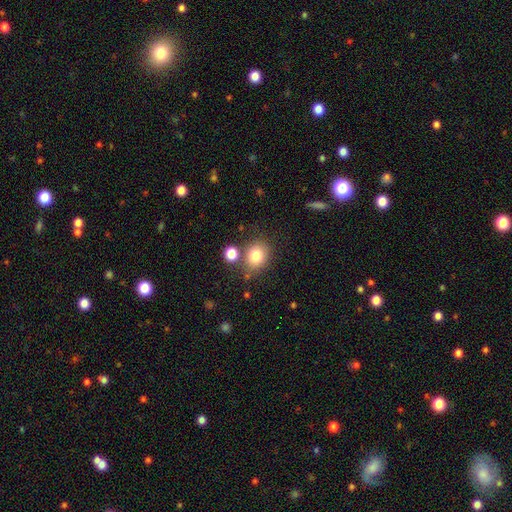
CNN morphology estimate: The model was most divided on "how rounded": round: 64%, in between: 35%, cigar-shaped: 1%. More confident: smooth or featured — smooth (80%); merging — none (70%).